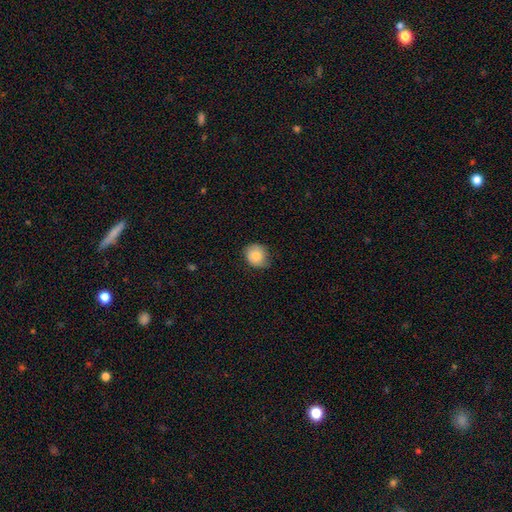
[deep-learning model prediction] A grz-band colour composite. It shows a smooth galaxy with no disk features (80%) that is round (74%). Merging: none (67%).